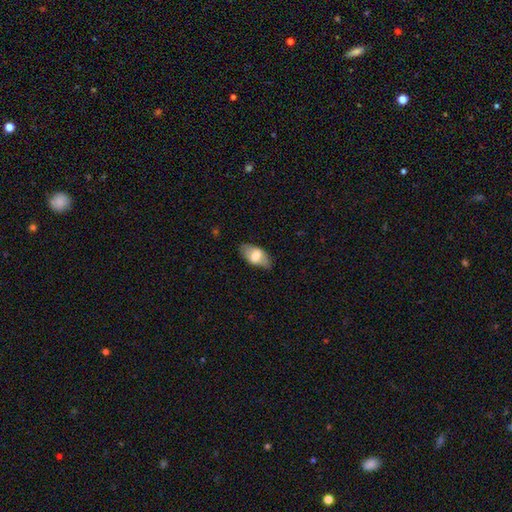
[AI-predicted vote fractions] This is likely a smooth galaxy (61%). How rounded: clearly in between (92%). Merging: likely none (79%).